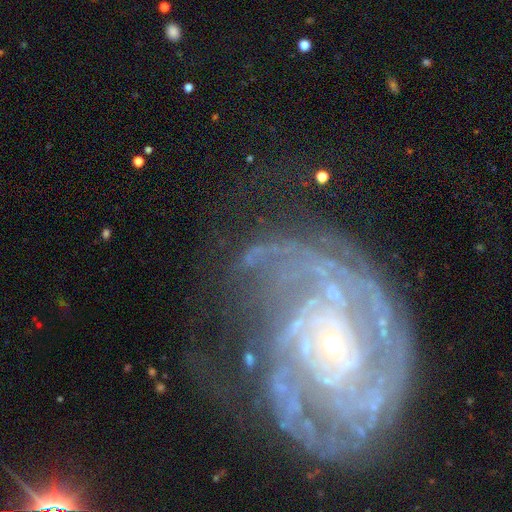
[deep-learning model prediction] featured or disk 68%, star or artifact 19%, smooth 13%. Down the decision tree: edge-on disk — no (95%); bar — no (56%); spiral arms — yes (88%); spiral arm count — can't tell (29%); spiral winding — tight (67%); bulge size — small (61%); merging — none (64%).